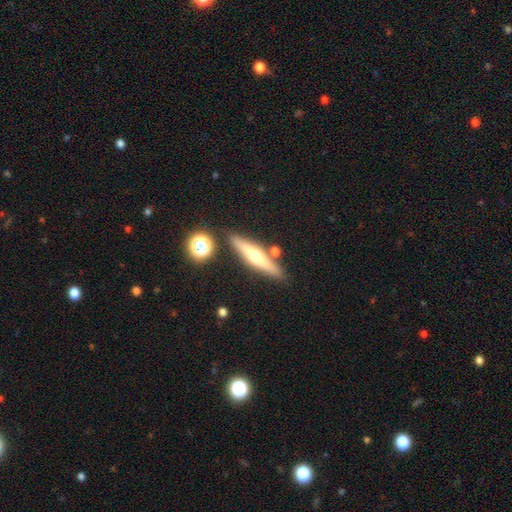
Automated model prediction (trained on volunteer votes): A featured or disk galaxy (52%) viewed edge-on (93%). Merging: none (82%).